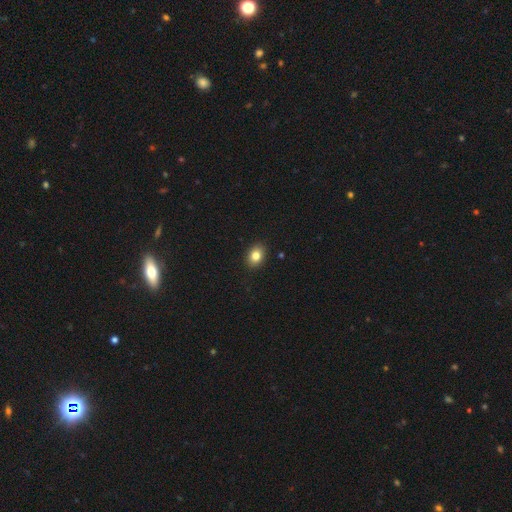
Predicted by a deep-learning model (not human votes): Smooth or featured? Predicted: smooth (p=0.83). How rounded? Predicted: in between (p=0.69). Merging? Predicted: none (p=0.90).